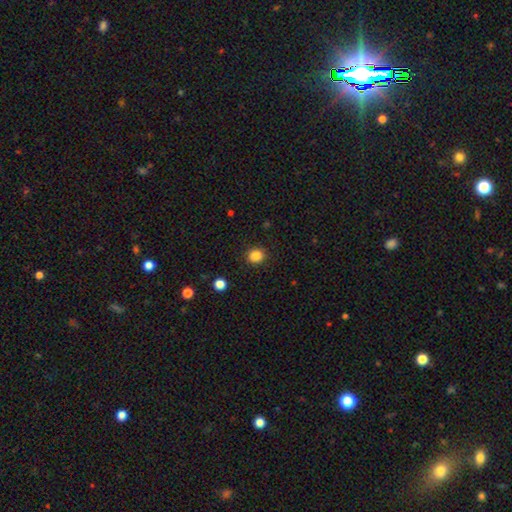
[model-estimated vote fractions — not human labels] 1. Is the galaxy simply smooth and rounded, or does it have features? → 86% smooth, 11% star or artifact, 4% featured or disk.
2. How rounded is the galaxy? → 83% round, 17% in between, 1% cigar-shaped.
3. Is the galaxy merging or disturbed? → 90% none, 6% minor disturbance, 2% major disturbance, 1% merger.